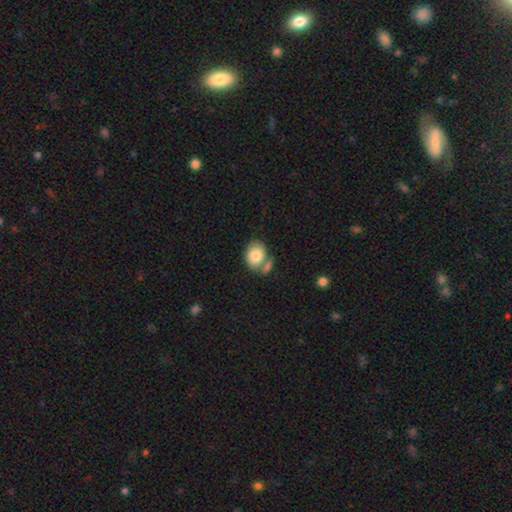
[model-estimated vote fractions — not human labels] Smooth or featured: smooth — 82% (featured or disk — 11%)
How rounded: in between — 63% (round — 36%)
Merging: none — 43% (merger — 36%)